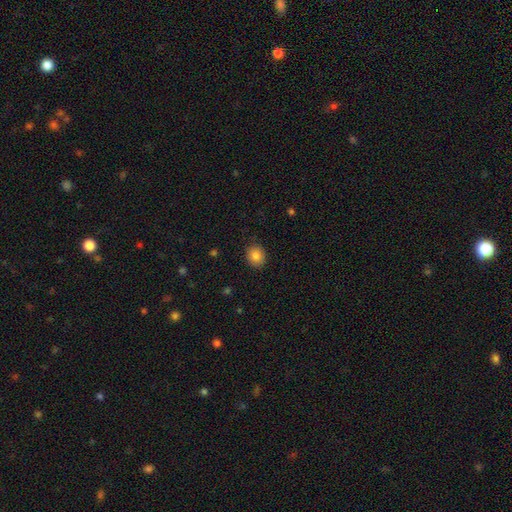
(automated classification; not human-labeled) The model was most divided on "how rounded": round: 74%, in between: 25%, cigar-shaped: 1%. More confident: merging — none (89%); smooth or featured — smooth (84%).